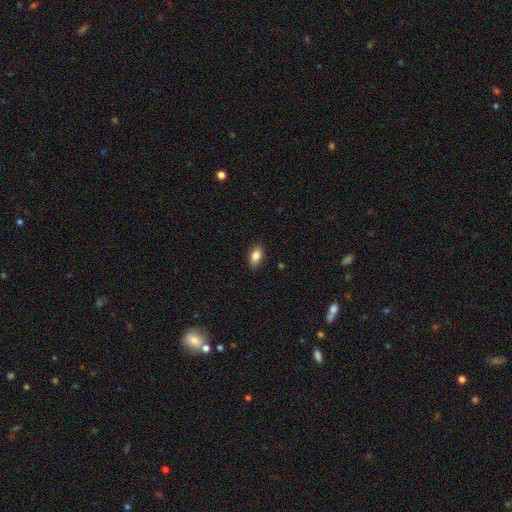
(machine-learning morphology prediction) Smooth or featured? smooth (83%)
How rounded? in between (90%)
Merging? none (87%)